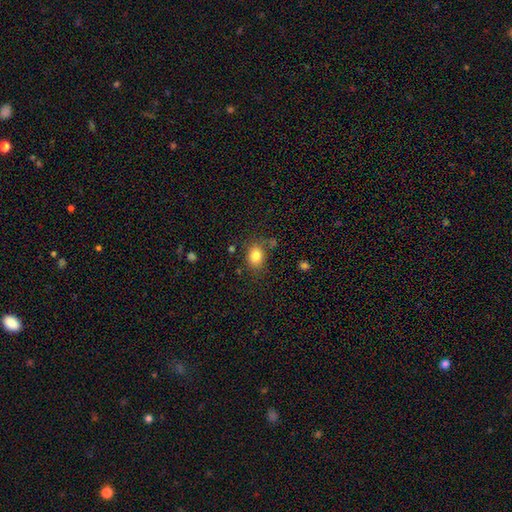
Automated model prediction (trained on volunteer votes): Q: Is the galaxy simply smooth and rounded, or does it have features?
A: smooth — 81%.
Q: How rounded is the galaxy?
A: round — 50%.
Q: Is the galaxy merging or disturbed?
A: none — 74%.